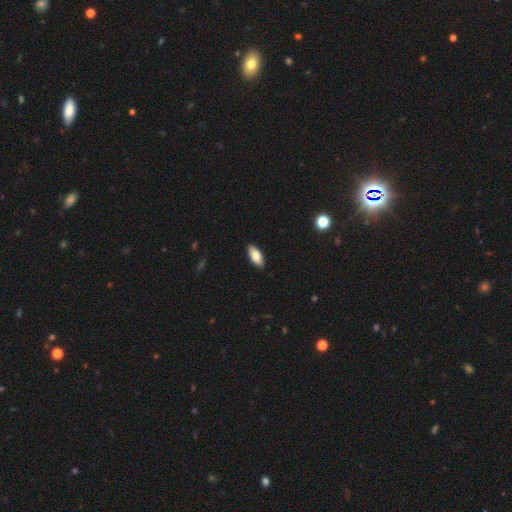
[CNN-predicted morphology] smooth_or_featured: smooth (p=0.79) [alt: featured or disk p=0.15]
how_rounded: in between (p=0.86) [alt: cigar-shaped p=0.12]
merging: none (p=0.89) [alt: minor disturbance p=0.09]